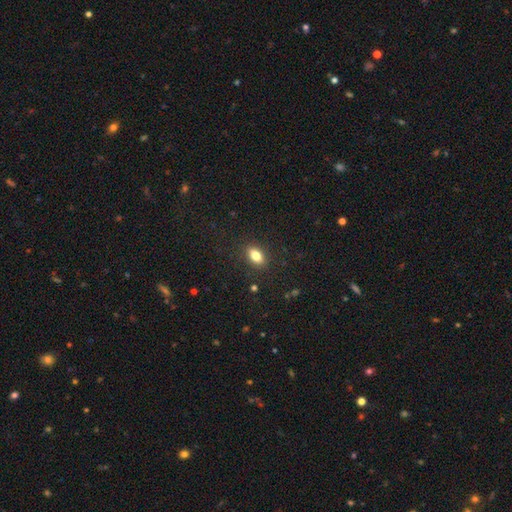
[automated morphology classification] A smooth galaxy with no disk features (82%) that is in between round and cigar-shaped (86%).

Vote fractions:
- Smooth or featured? smooth: 82% / star or artifact: 9% / featured or disk: 8%
- How rounded? in between: 86% / round: 10% / cigar-shaped: 4%
- Merging? none: 88% / minor disturbance: 9% / major disturbance: 2% / merger: 1%